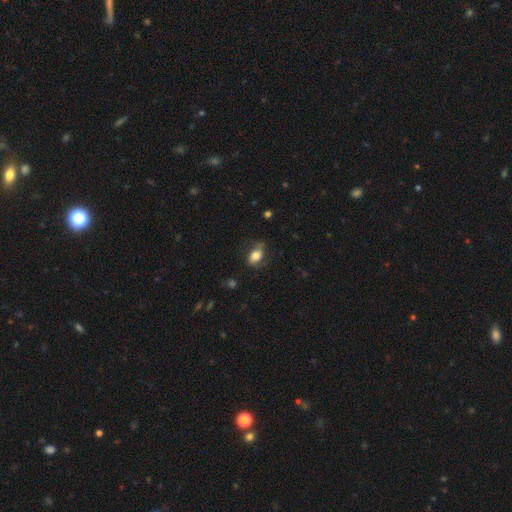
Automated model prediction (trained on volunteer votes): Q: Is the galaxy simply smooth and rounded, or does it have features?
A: smooth — 78%.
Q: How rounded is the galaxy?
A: in between — 84%.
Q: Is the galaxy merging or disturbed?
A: none — 65%.